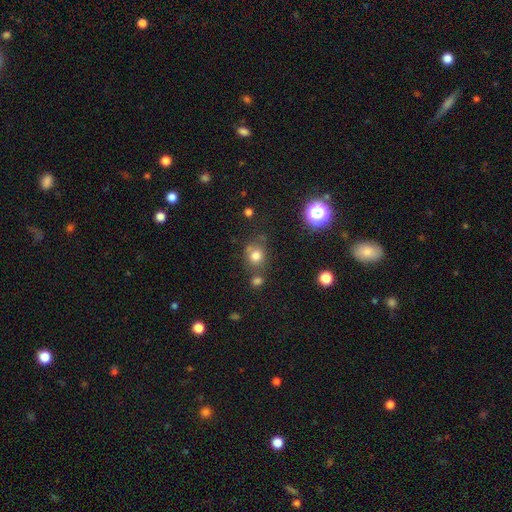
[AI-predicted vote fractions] A smooth galaxy with no disk features (75%) that is round (76%). Merging: none (63%).